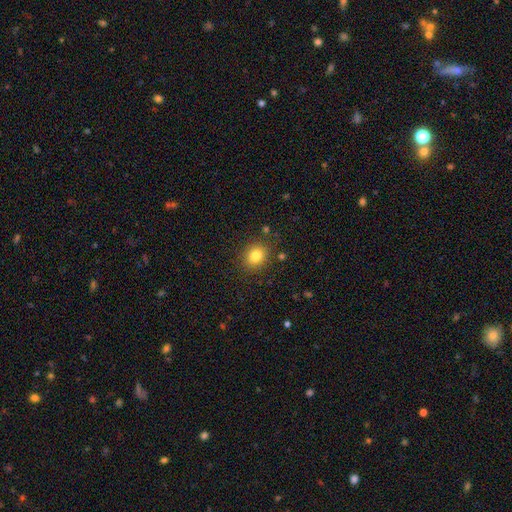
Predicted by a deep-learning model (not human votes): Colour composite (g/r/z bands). It shows a smooth galaxy with no disk features (81%) that is round (66%). Merging: none (86%).